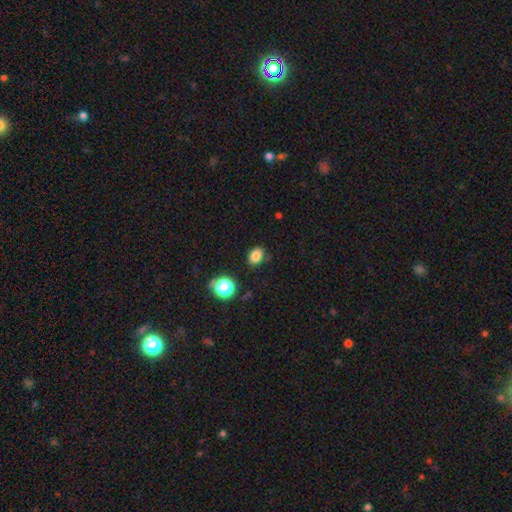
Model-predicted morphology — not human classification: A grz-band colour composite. It shows a smooth galaxy with no disk features (82%) that is in between round and cigar-shaped (64%). Merging: none (80%).